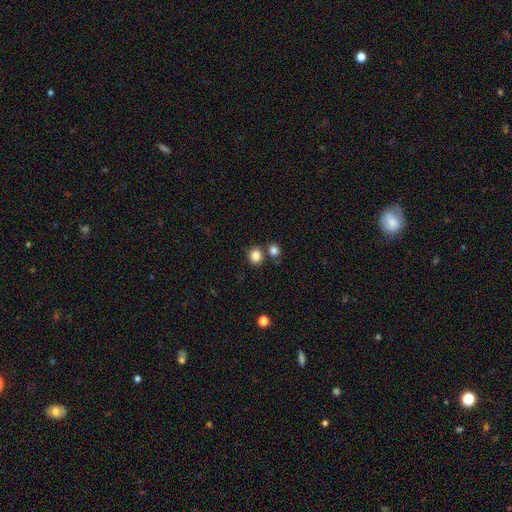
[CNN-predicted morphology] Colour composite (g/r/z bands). It shows a smooth galaxy with no disk features (85%) that is round (82%). Merging: none (75%).